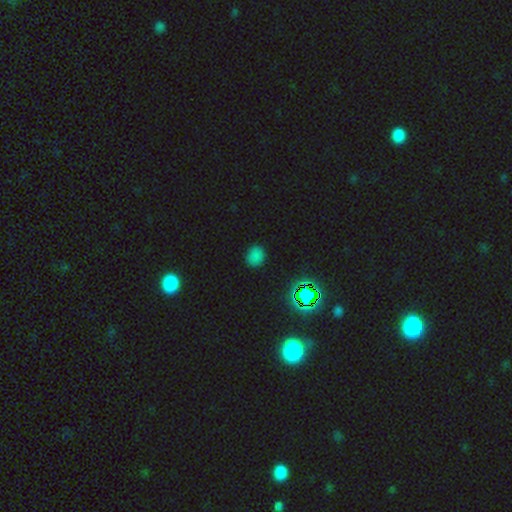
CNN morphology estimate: The model was most divided on "how rounded": round: 67%, in between: 32%, cigar-shaped: 2%. More confident: merging — none (87%); smooth or featured — smooth (70%).